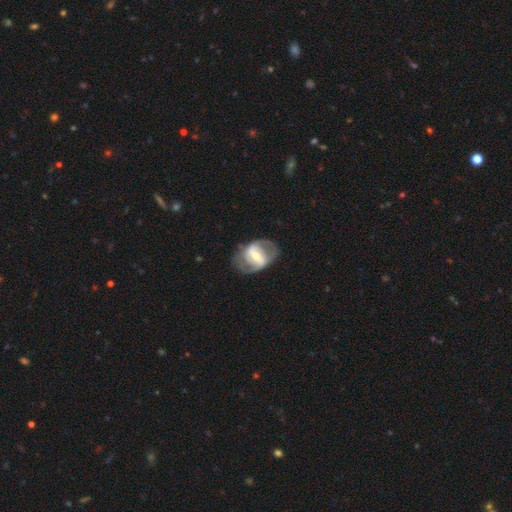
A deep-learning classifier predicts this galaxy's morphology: Smooth or featured: featured or disk — 82% (smooth — 13%)
Edge-on disk: no — 96% (yes — 4%)
Bar: strong — 62% (weak — 29%)
Spiral arms: yes — 80% (no — 20%)
Spiral winding: medium — 48% (tight — 29%)
Spiral arm count: 2 — 83% (can't tell — 10%)
Bulge size: moderate — 56% (small — 34%)
Merging: none — 70% (minor disturbance — 17%)